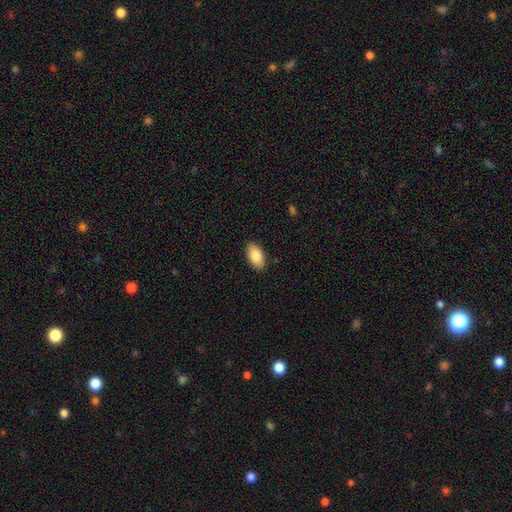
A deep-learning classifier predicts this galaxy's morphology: smooth_or_featured: smooth (p=0.87) [alt: featured or disk p=0.07]
how_rounded: in between (p=0.95) [alt: cigar-shaped p=0.03]
merging: none (p=0.88) [alt: minor disturbance p=0.09]